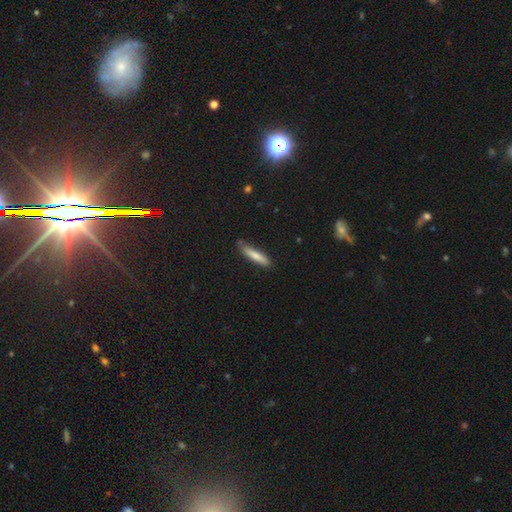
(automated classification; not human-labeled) This is likely a smooth galaxy (77%). How rounded: clearly cigar-shaped (87%). Merging: likely none (78%).